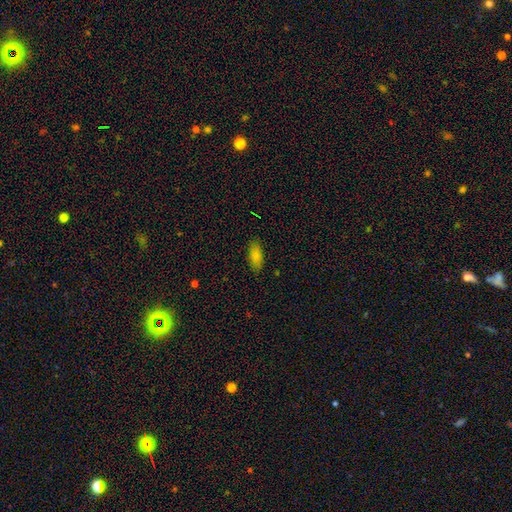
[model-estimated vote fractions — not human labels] smooth 85%, star or artifact 9%, featured or disk 7%. Down the decision tree: how rounded — in between (83%); merging — none (87%).